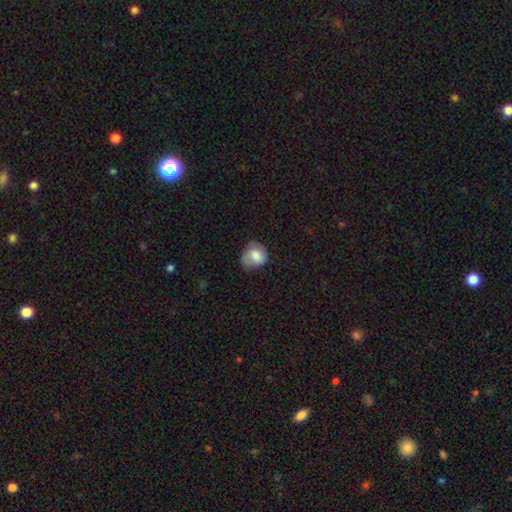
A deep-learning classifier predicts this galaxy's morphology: smooth-or-featured: smooth: 77% | featured or disk: 16% | star or artifact: 8%
  how-rounded: round: 58% | in between: 41% | cigar-shaped: 1%
  merging: none: 42% | minor disturbance: 38% | major disturbance: 17% | merger: 2%